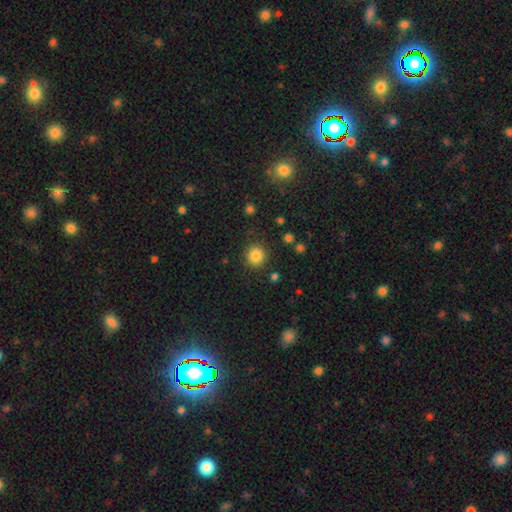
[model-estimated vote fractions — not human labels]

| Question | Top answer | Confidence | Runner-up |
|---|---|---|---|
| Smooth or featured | smooth | 84% | star or artifact (11%) |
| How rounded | round | 91% | in between (8%) |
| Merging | none | 87% | minor disturbance (8%) |